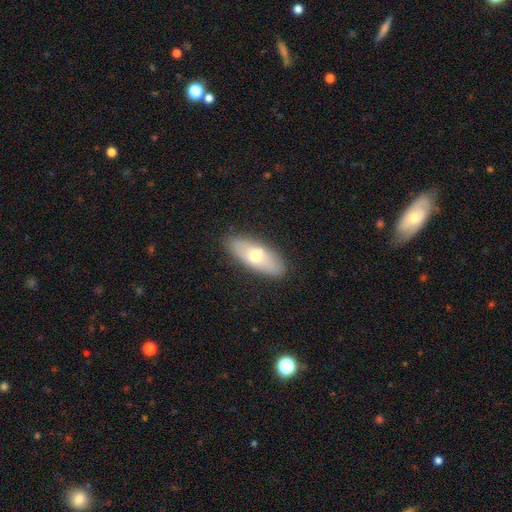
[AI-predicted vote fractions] A smooth galaxy with no disk features (60%) that is in between round and cigar-shaped (74%).

Vote fractions:
- Smooth or featured? smooth: 60% / featured or disk: 34% / star or artifact: 6%
- How rounded? in between: 74% / cigar-shaped: 23% / round: 3%
- Merging? none: 86% / minor disturbance: 10% / major disturbance: 3% / merger: 1%